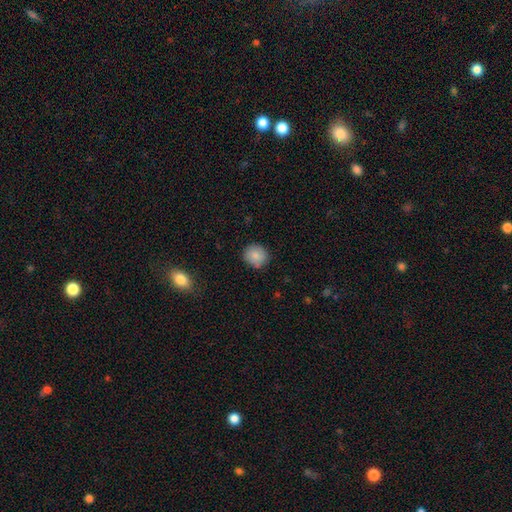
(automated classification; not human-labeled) Morphology: type=smooth (84%); roundness=round (86%); merging=none (84%).